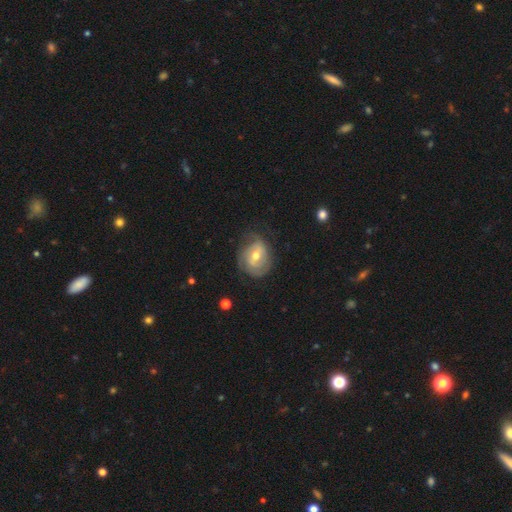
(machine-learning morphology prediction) Overall: featured or disk (67%). Edge-on disk: no (97%). Bar: weak (45%; no 41%). Spiral arms: yes (82%). Spiral arm count: 2 (41%; can't tell 33%). Spiral winding: tight (52%; medium 33%). Bulge size: moderate (65%; small 31%). Merging: none (62%; minor disturbance 25%).